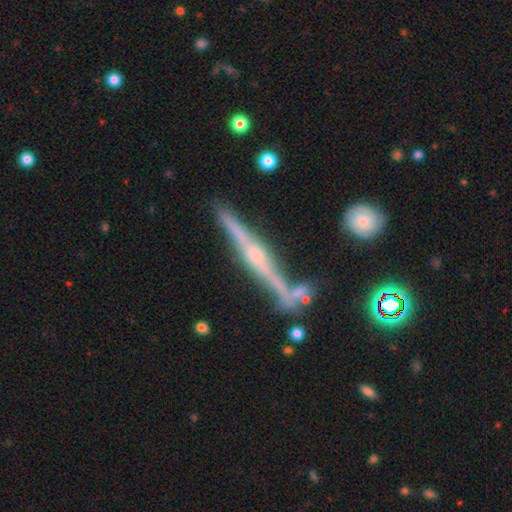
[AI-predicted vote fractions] Smooth or featured? featured or disk (82%)
Edge-on disk? yes (97%)
Edge-on bulge? rounded (74%)
Merging? none (75%)